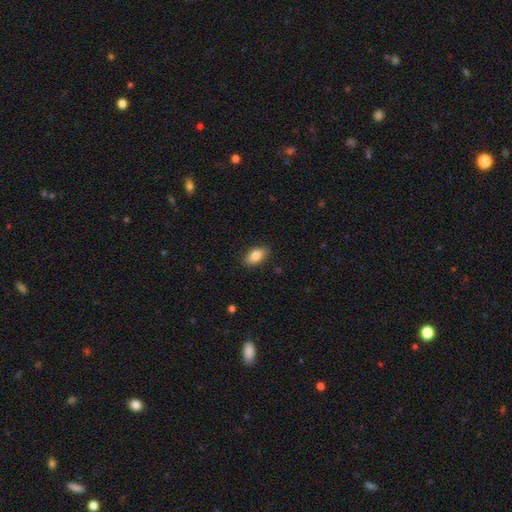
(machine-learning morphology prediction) Smooth or featured: smooth — 82% (featured or disk — 11%)
How rounded: in between — 90% (round — 5%)
Merging: none — 88% (minor disturbance — 9%)